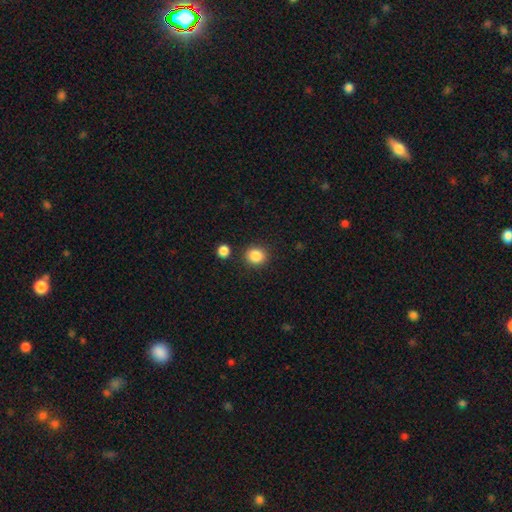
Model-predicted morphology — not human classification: A smooth galaxy with no disk features (87%) that is round (81%). Merging: none (86%).